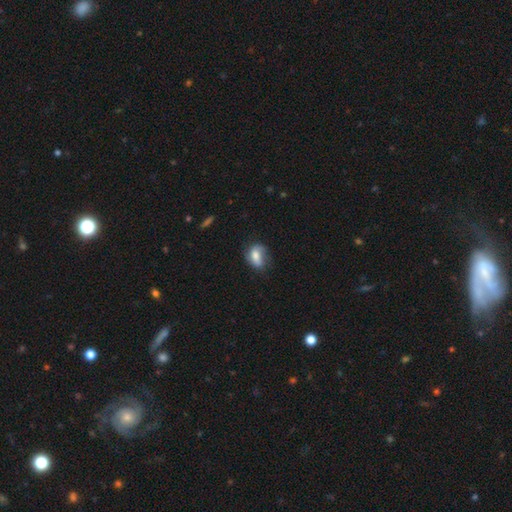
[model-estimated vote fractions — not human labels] A smooth galaxy with no disk features (65%) that is in between round and cigar-shaped (78%). Merging: none (54%).